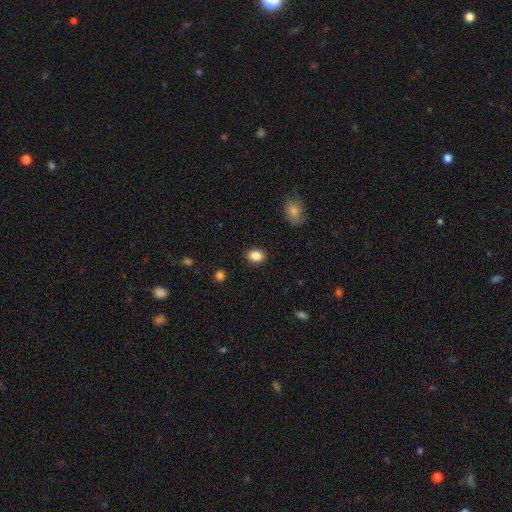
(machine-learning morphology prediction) The model was most divided on "how rounded": in between: 75%, round: 24%, cigar-shaped: 1%. More confident: merging — none (88%); smooth or featured — smooth (87%).